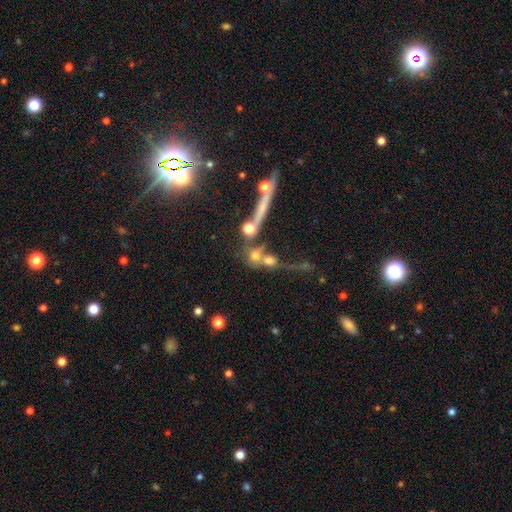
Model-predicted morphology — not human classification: This is possibly a smooth galaxy (55%). How rounded: likely round (73%). Merging: marginally merger (43%).